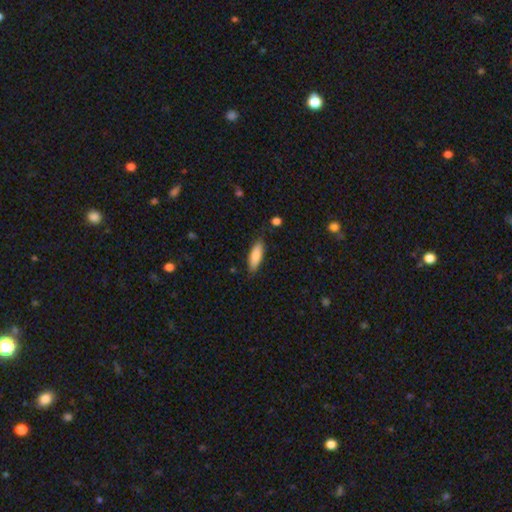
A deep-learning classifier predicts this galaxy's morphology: Overall: smooth (85%). How rounded: in between (52%; cigar-shaped 47%). Merging: none (83%).